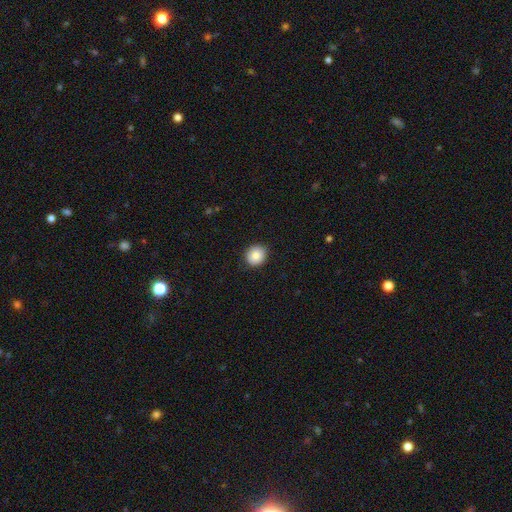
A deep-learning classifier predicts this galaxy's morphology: This appears to be a smooth galaxy with no disk features (84%) that is round (84%). Merging: none (89%).